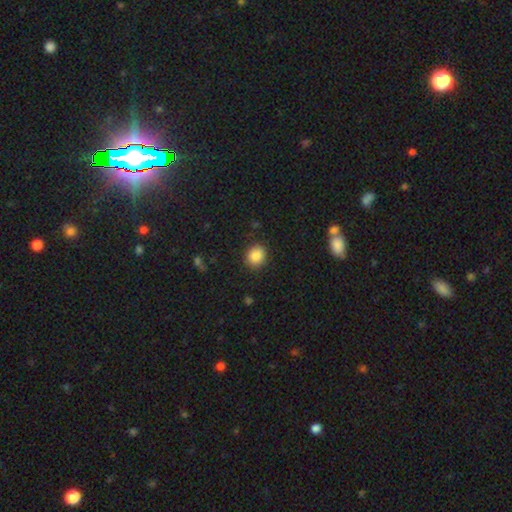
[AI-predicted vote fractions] Q: Smooth or featured?
A: smooth (86%); runner-up: star or artifact (10%)
Q: How rounded?
A: round (78%); runner-up: in between (21%)
Q: Merging?
A: none (89%); runner-up: minor disturbance (7%)